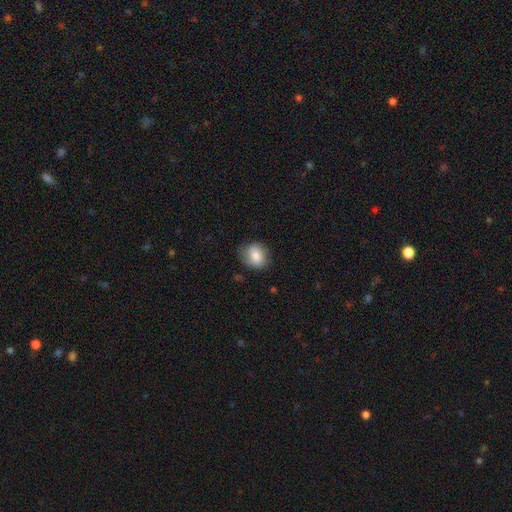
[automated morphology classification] This is likely a smooth galaxy (80%). How rounded: possibly round (57%). Merging: likely none (72%).